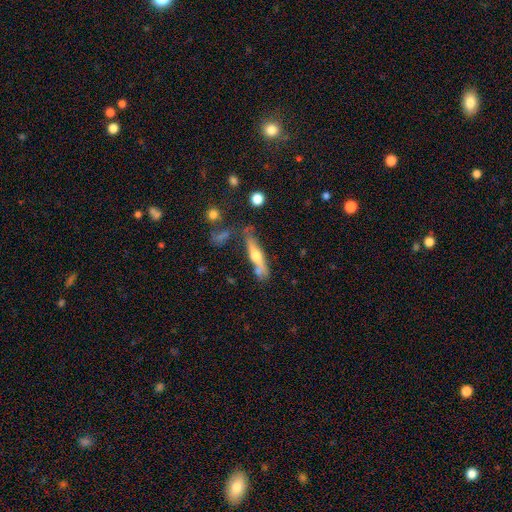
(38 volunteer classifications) Smooth or featured? featured or disk (58%)
Edge-on disk? yes (95%)
Edge-on bulge? rounded (100%)
Merging? none (77%)